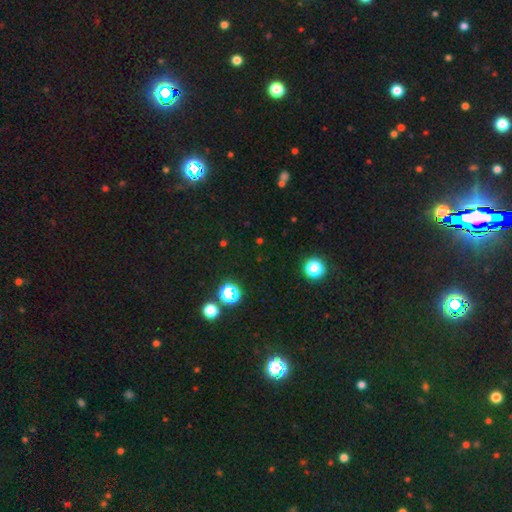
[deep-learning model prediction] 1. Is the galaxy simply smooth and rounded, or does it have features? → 71% star or artifact, 22% smooth, 7% featured or disk.